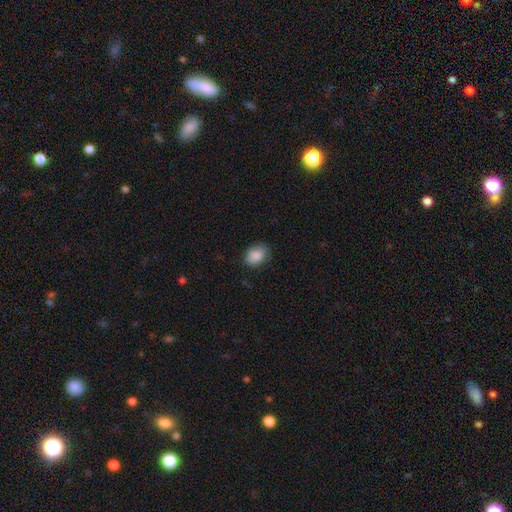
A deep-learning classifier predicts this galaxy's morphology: smooth_or_featured: smooth (p=0.87) [alt: star or artifact p=0.08]
how_rounded: in between (p=0.64) [alt: round p=0.35]
merging: none (p=0.77) [alt: minor disturbance p=0.18]